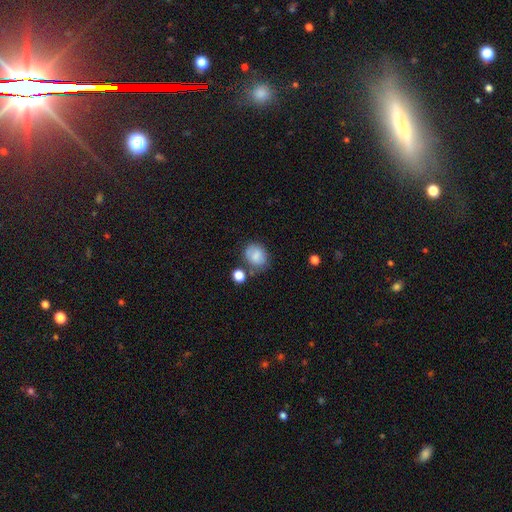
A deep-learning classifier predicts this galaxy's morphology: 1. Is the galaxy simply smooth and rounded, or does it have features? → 76% smooth, 15% featured or disk, 9% star or artifact.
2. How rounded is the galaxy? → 57% round, 42% in between, 1% cigar-shaped.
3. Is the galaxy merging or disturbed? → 61% none, 22% minor disturbance, 10% merger, 7% major disturbance.